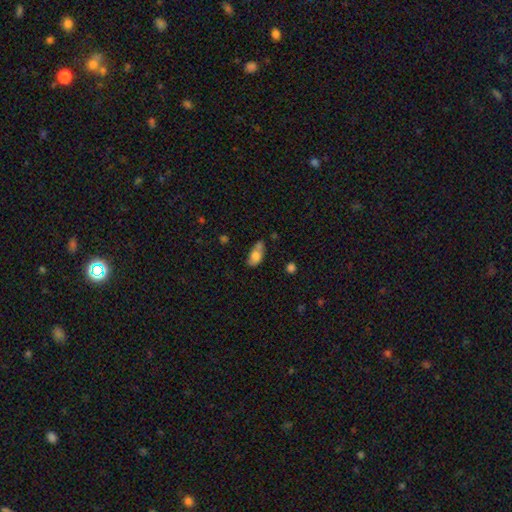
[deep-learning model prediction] smooth_or_featured: smooth (p=0.74) [alt: featured or disk p=0.18]
how_rounded: in between (p=0.88) [alt: cigar-shaped p=0.07]
merging: none (p=0.48) [alt: minor disturbance p=0.34]